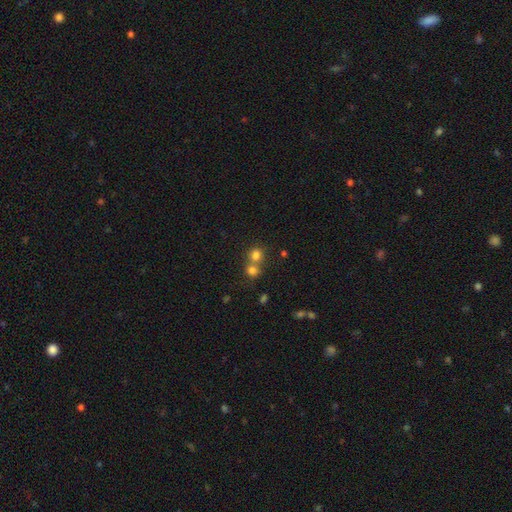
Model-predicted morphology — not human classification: A smooth galaxy with no disk features (78%) that is round (87%).

Vote fractions:
- Smooth or featured? smooth: 78% / star or artifact: 14% / featured or disk: 8%
- How rounded? round: 87% / in between: 12% / cigar-shaped: 1%
- Merging? none: 46% (tied) / merger: 46% (tied) / minor disturbance: 5% / major disturbance: 3%